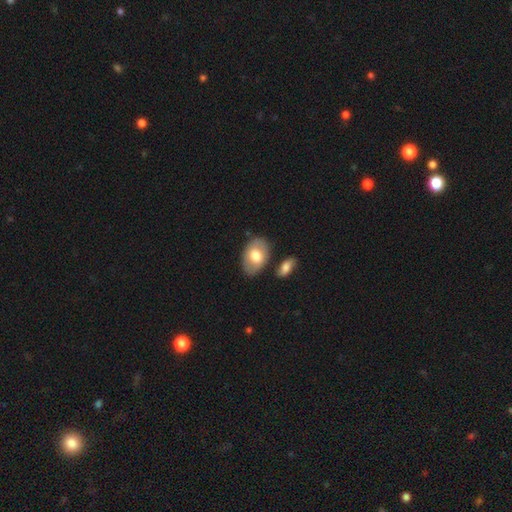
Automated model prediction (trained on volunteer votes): A smooth galaxy with no disk features (68%) that is in between round and cigar-shaped (87%). Merging: none (75%).